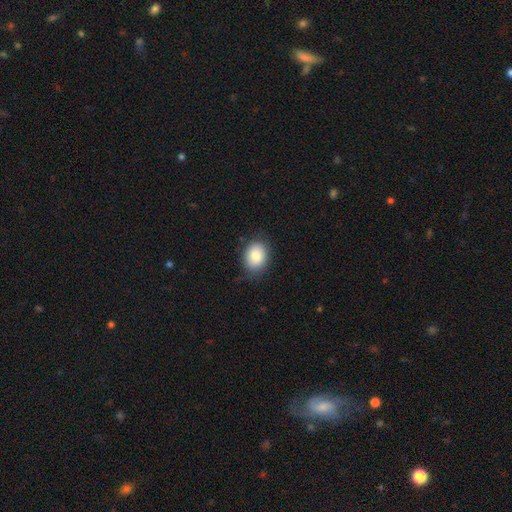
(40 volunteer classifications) Smooth or featured: smooth — 88% (featured or disk — 10%)
How rounded: in between — 57% (round — 43%)
Merging: none — 77% (minor disturbance — 15%)